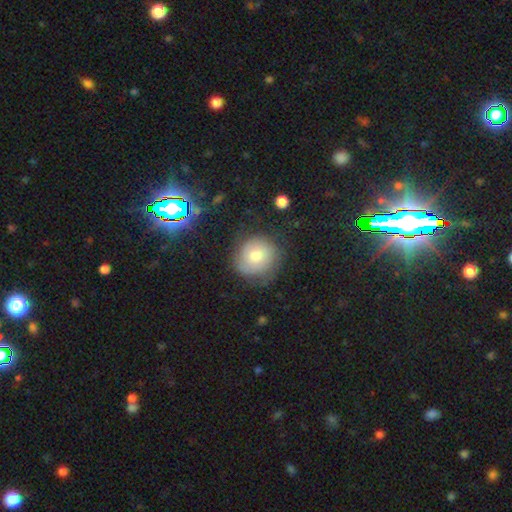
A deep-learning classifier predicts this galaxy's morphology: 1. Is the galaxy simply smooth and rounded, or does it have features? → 59% smooth, 28% featured or disk, 13% star or artifact.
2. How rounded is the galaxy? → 86% round, 13% in between, 1% cigar-shaped.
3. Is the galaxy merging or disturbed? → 70% none, 21% minor disturbance, 8% major disturbance, 2% merger.